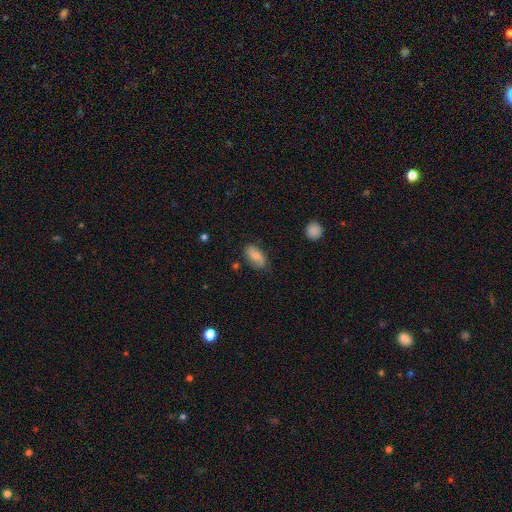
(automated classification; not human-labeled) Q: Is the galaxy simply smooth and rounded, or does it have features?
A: smooth — 69%.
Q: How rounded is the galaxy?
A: in between — 91%.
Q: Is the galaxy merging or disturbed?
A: none — 72%.